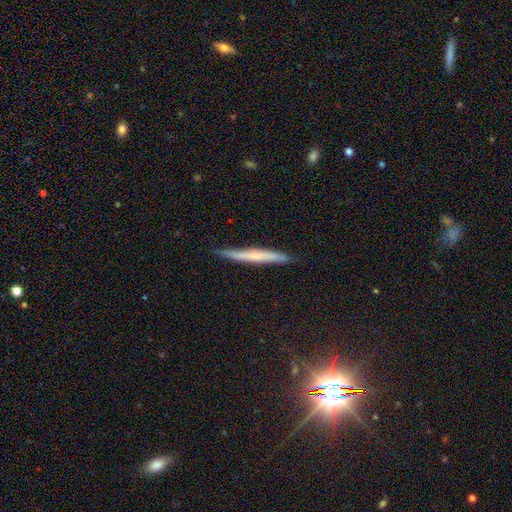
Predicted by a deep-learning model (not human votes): smooth 46% (tied), featured or disk 46% (tied), star or artifact 7%. Down the decision tree: merging — none (83%).